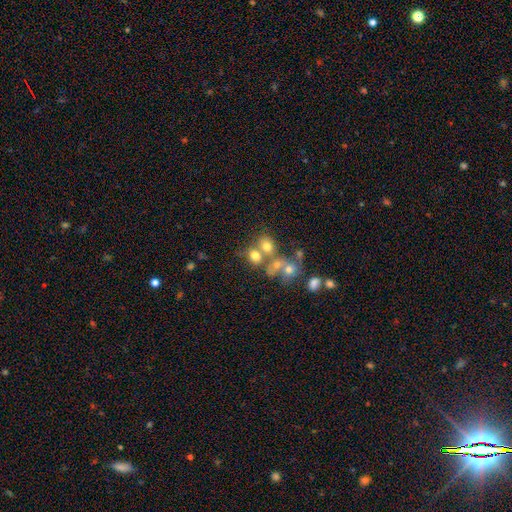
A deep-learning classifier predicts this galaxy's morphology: The model was most divided on "merging": merger: 45%, none: 37%, minor disturbance: 10%, major disturbance: 7%. More confident: smooth or featured — smooth (65%); how rounded — round (54%).